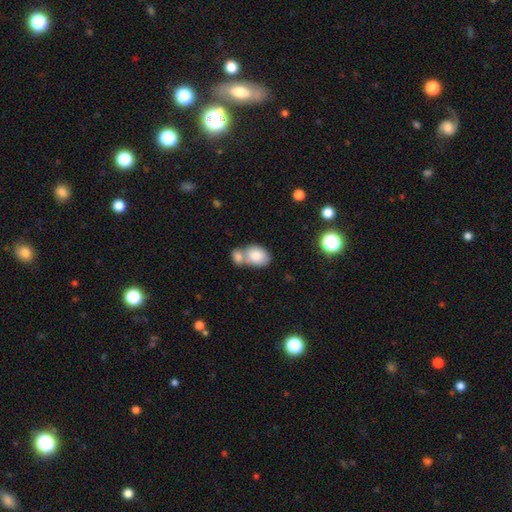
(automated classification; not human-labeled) A smooth galaxy with no disk features (82%) that is in between round and cigar-shaped (79%).

Vote fractions:
- Smooth or featured? smooth: 82% / featured or disk: 11% / star or artifact: 8%
- How rounded? in between: 79% / round: 20% / cigar-shaped: 1%
- Merging? merger: 59% / none: 28% / minor disturbance: 10% / major disturbance: 4%